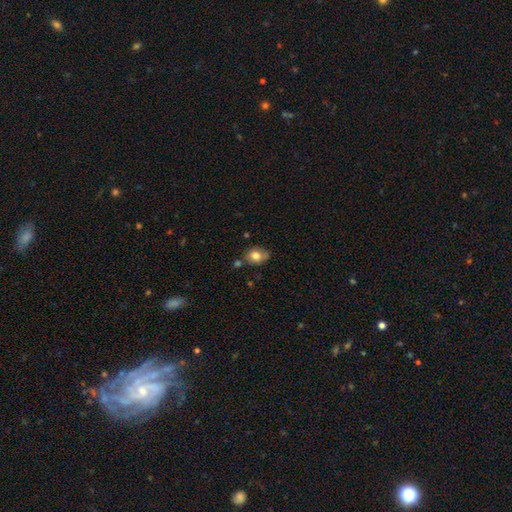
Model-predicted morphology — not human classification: type=smooth (78%); roundness=in between (62%); merging=none (63%).